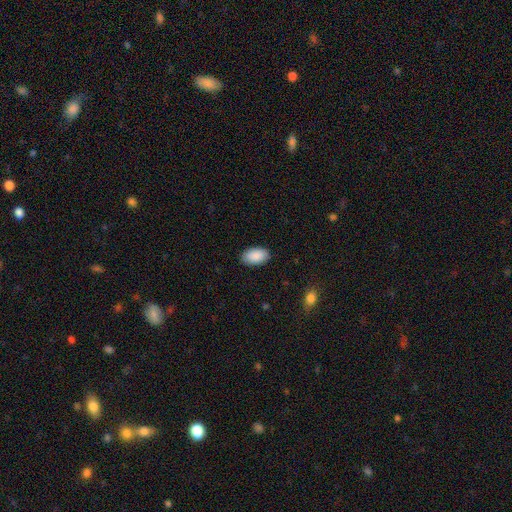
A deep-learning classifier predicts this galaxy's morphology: Smooth or featured: smooth — 91% (star or artifact — 6%)
How rounded: in between — 95% (round — 4%)
Merging: none — 89% (minor disturbance — 8%)